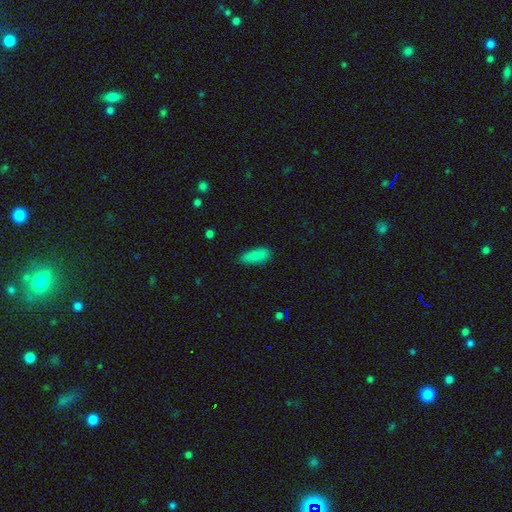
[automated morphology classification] This appears to be a smooth galaxy with no disk features (86%) that is in between round and cigar-shaped (77%). Merging: none (78%).